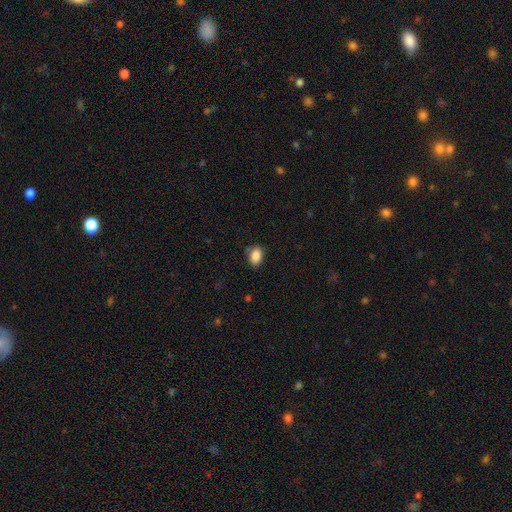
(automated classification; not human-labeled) Overall: smooth (88%). How rounded: in between (87%). Merging: none (82%).